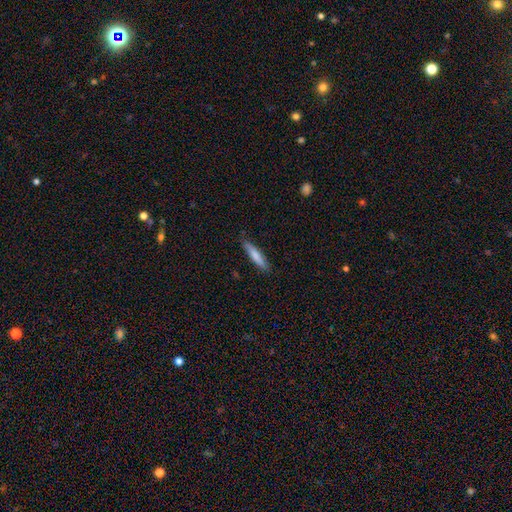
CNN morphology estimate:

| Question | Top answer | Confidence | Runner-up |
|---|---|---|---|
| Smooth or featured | smooth | 77% | featured or disk (17%) |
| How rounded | cigar-shaped | 87% | in between (12%) |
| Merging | none | 87% | minor disturbance (10%) |